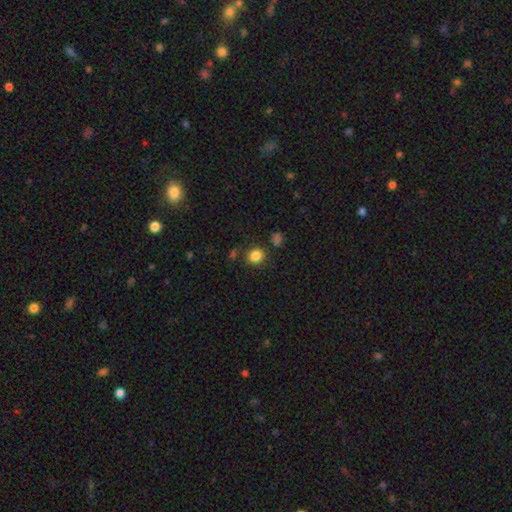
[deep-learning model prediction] This is clearly a smooth galaxy (84%). How rounded: clearly round (86%). Merging: clearly none (85%).